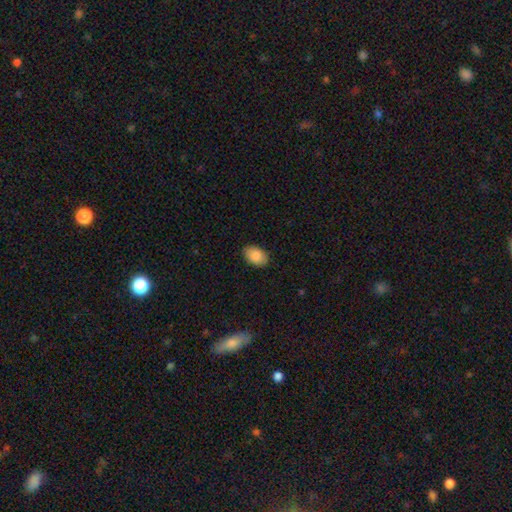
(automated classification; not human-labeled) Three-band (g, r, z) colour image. It shows a smooth galaxy with no disk features (88%) that is in between round and cigar-shaped (88%). Merging: none (88%).